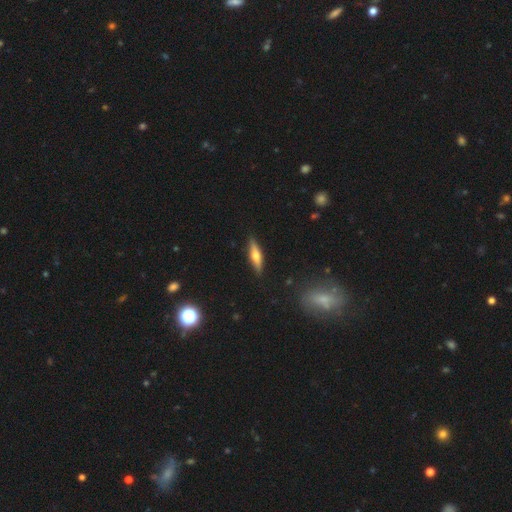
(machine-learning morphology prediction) featured or disk 50%, smooth 44%, star or artifact 6%. Down the decision tree: merging — none (88%).